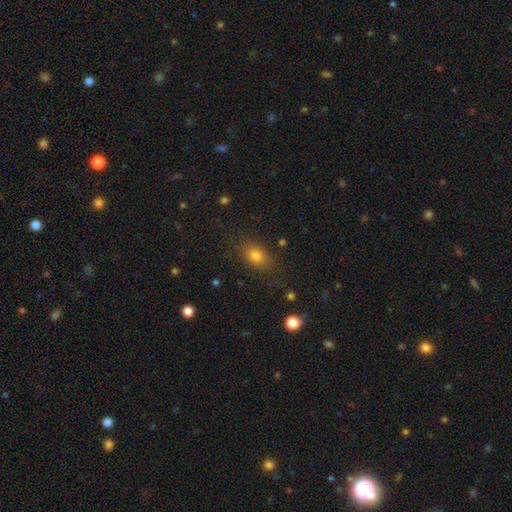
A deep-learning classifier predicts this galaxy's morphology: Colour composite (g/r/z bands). It shows a smooth galaxy with no disk features (78%) that is in between round and cigar-shaped (69%). Merging: none (81%).